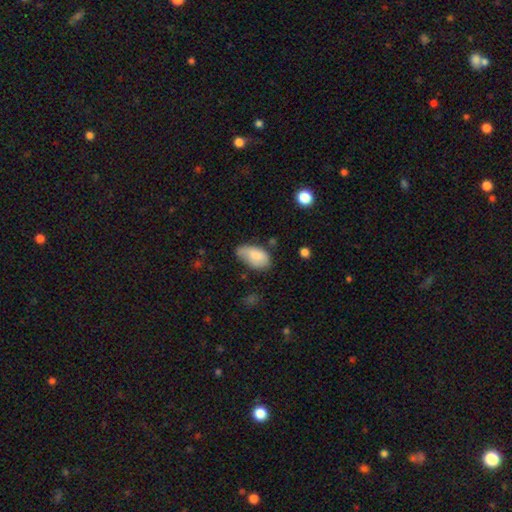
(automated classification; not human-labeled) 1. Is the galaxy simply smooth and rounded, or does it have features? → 81% smooth, 12% featured or disk, 7% star or artifact.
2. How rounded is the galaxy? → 94% in between, 4% round, 2% cigar-shaped.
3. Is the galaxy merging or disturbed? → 46% none, 39% minor disturbance, 11% major disturbance, 4% merger.